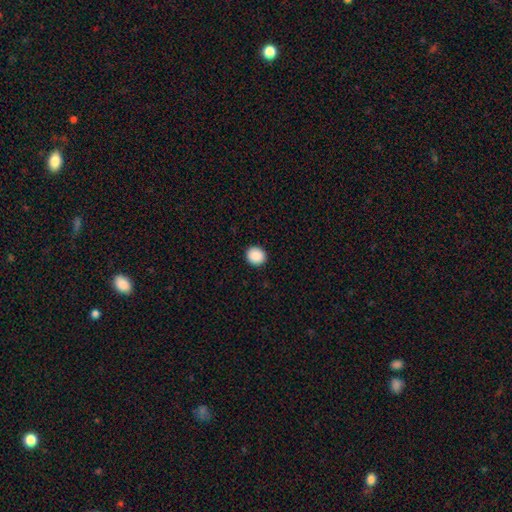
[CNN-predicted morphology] This appears to be a smooth galaxy with no disk features (90%) that is round (89%). Merging: none (93%).